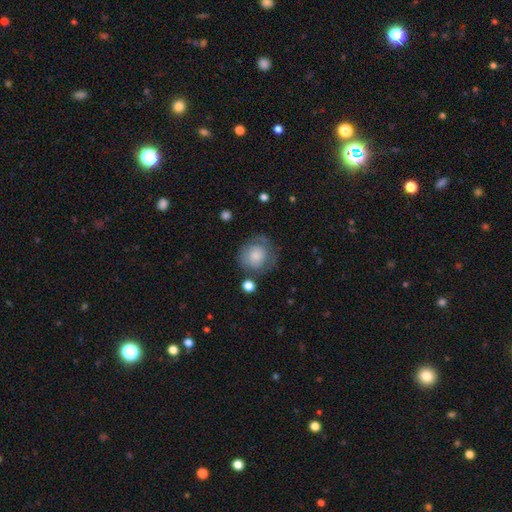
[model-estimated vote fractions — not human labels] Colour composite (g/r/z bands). It shows a smooth galaxy with no disk features (72%) that is round (85%). Merging: none (61%).